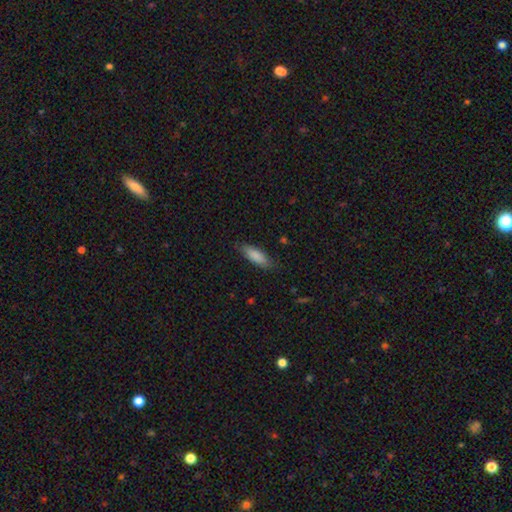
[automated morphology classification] Smooth or featured?
  - smooth: 86% *
  - featured or disk: 8%
  - star or artifact: 6%
How rounded?
  - in between: 61% *
  - cigar-shaped: 37%
  - round: 2%
Merging?
  - none: 82% *
  - minor disturbance: 14%
  - major disturbance: 3%
  - merger: 1%